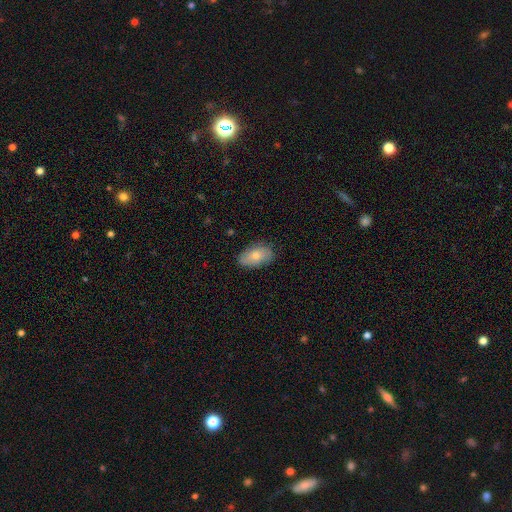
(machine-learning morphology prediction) smooth 72%, featured or disk 21%, star or artifact 7%. Down the decision tree: how rounded — in between (92%); merging — none (78%).